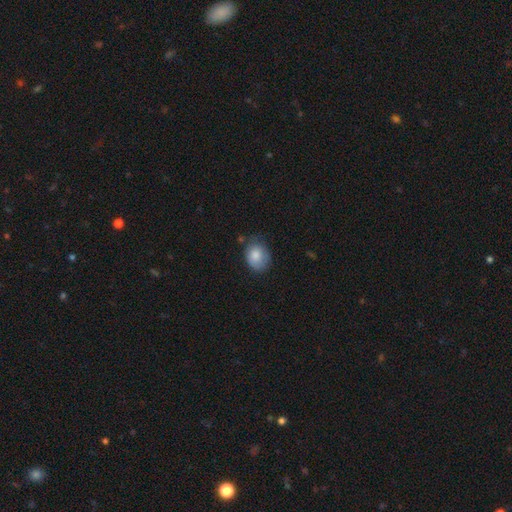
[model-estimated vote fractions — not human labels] A smooth galaxy with no disk features (82%) that is in between round and cigar-shaped (57%).

Vote fractions:
- Smooth or featured? smooth: 82% / featured or disk: 11% / star or artifact: 7%
- How rounded? in between: 57% / round: 42% / cigar-shaped: 1%
- Merging? none: 59% / minor disturbance: 31% / major disturbance: 8% / merger: 3%